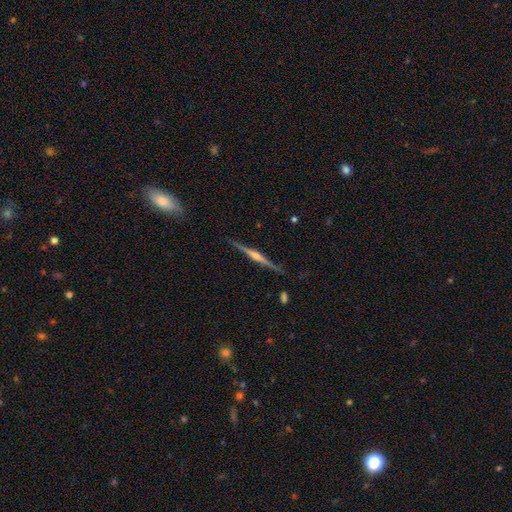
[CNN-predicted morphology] Q: Smooth or featured?
A: featured or disk (83%); runner-up: smooth (11%)
Q: Edge-on disk?
A: yes (98%); runner-up: no (2%)
Q: Edge-on bulge?
A: rounded (80%); runner-up: boxy (12%)
Q: Merging?
A: none (89%); runner-up: minor disturbance (8%)